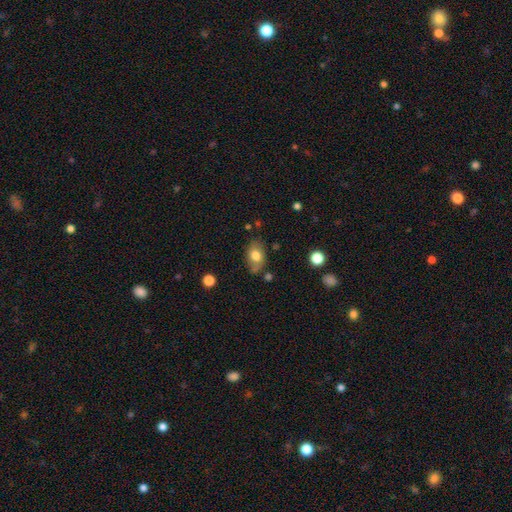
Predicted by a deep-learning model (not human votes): The model was most divided on "merging": none: 69%, minor disturbance: 21%, merger: 5%, major disturbance: 5%. More confident: how rounded — in between (79%); smooth or featured — smooth (76%).